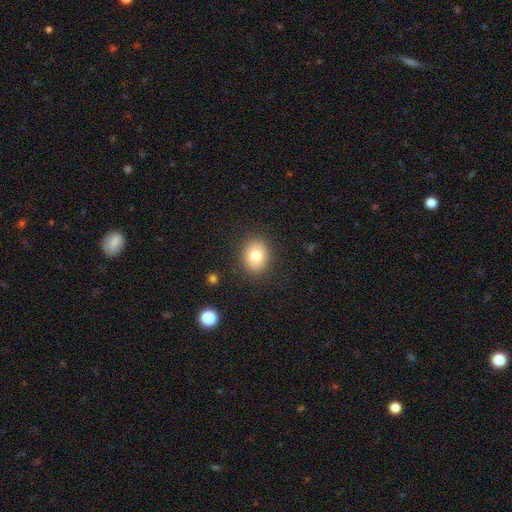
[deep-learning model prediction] Smooth or featured? Predicted: smooth (p=0.78). How rounded? Predicted: round (p=0.60). Merging? Predicted: none (p=0.87).